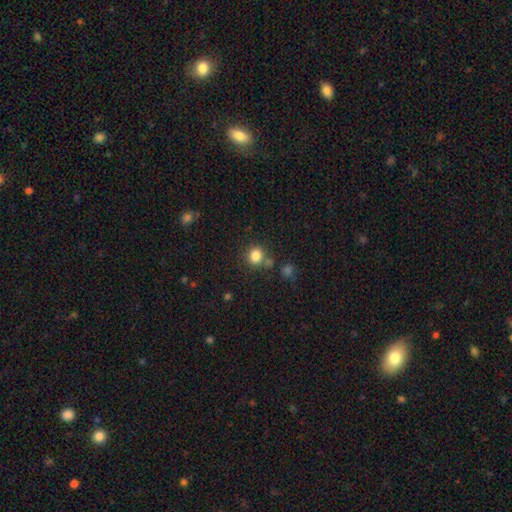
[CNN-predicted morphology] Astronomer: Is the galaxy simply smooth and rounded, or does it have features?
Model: smooth — 83%.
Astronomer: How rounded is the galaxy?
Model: round — 84%.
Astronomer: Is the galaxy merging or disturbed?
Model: none — 71%.